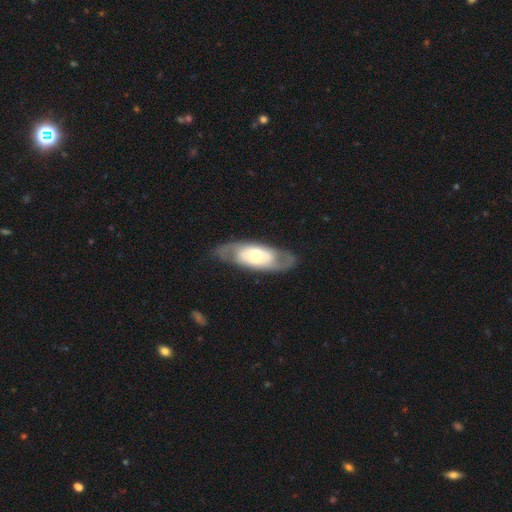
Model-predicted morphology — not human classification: Smooth or featured? featured or disk (66%)
Edge-on disk? no (84%)
Bar? no (70%)
Spiral arms? yes (58%)
Bulge size? moderate (57%)
Merging? none (78%)